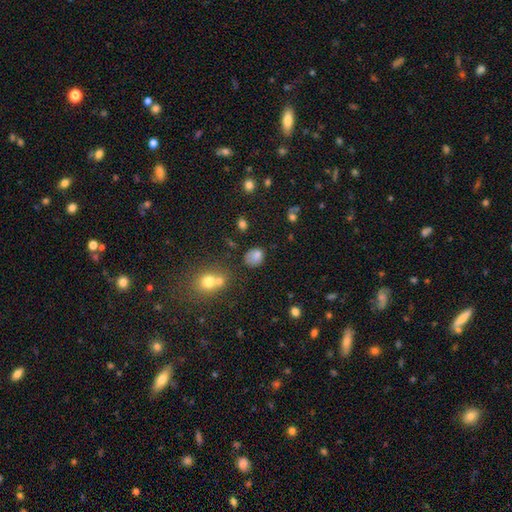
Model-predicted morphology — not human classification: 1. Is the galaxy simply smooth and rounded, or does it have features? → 78% smooth, 14% star or artifact, 8% featured or disk.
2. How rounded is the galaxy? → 61% round, 38% in between, 1% cigar-shaped.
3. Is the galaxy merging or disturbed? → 60% none, 24% minor disturbance, 9% major disturbance, 8% merger.